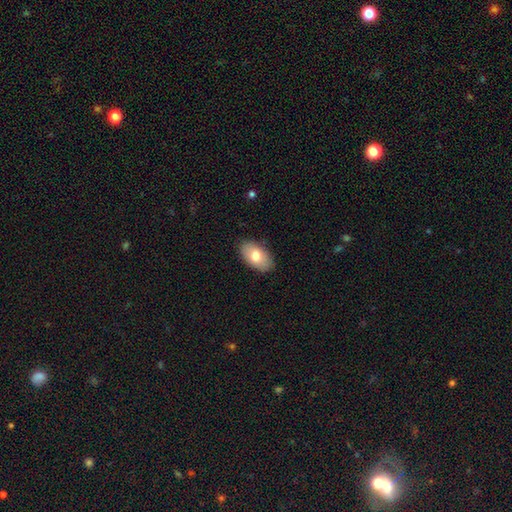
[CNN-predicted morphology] Smooth or featured: smooth — 76% (featured or disk — 17%)
How rounded: in between — 94% (round — 5%)
Merging: none — 86% (minor disturbance — 10%)